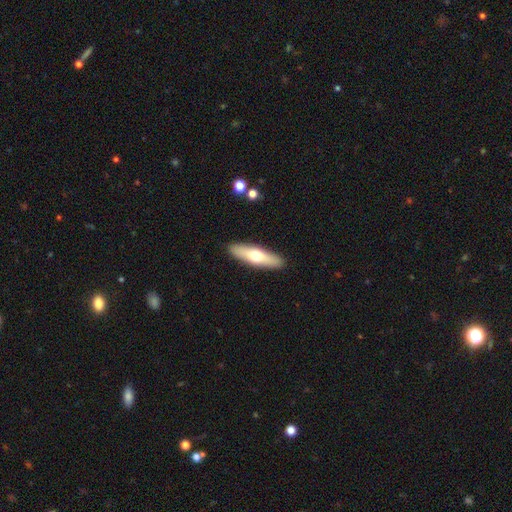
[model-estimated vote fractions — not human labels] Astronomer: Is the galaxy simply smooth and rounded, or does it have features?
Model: smooth — 55% (runner-up: featured or disk, 40%).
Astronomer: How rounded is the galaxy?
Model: cigar-shaped — 67%.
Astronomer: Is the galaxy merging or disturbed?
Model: none — 91%.